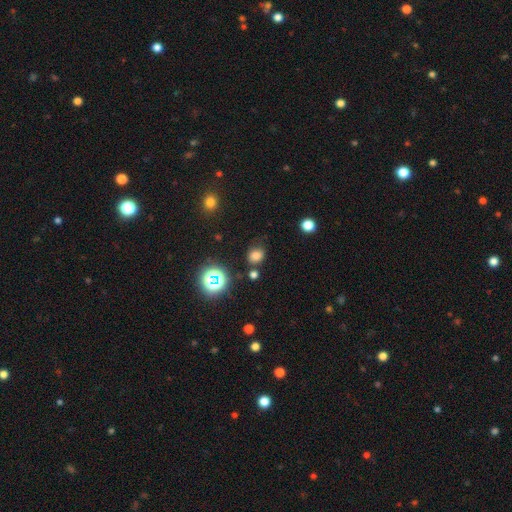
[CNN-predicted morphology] smooth 73%, star or artifact 21%, featured or disk 6%. Down the decision tree: how rounded — round (57%); merging — none (74%).